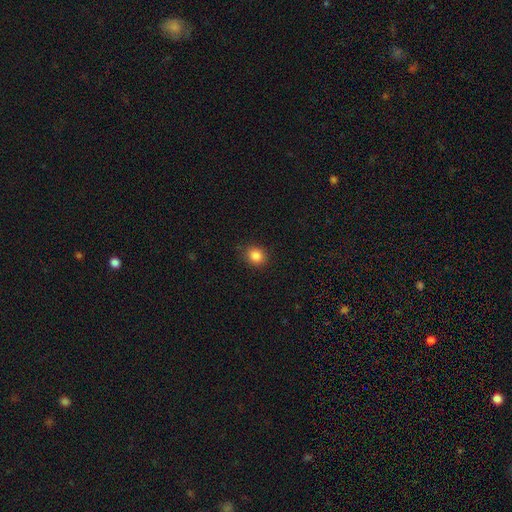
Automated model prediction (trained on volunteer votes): This is clearly a smooth galaxy (86%). How rounded: likely round (73%). Merging: clearly none (87%).